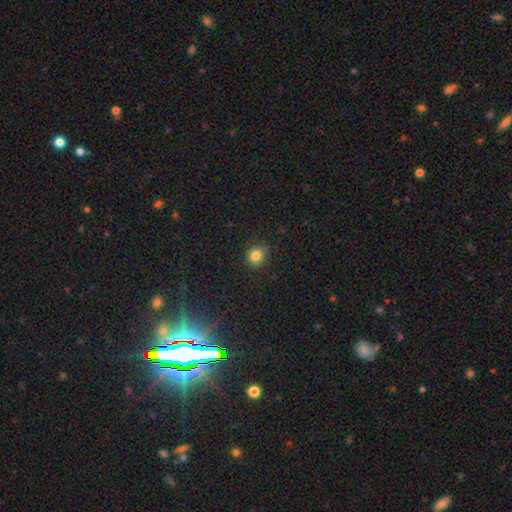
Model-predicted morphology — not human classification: Smooth or featured? smooth (83%)
How rounded? round (78%)
Merging? none (81%)